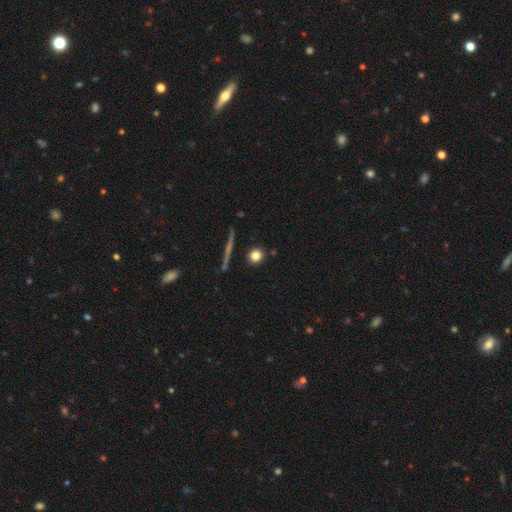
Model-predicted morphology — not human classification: The model was most divided on "smooth or featured": smooth: 78%, star or artifact: 12%, featured or disk: 10%. More confident: how rounded — round (90%); merging — none (85%).